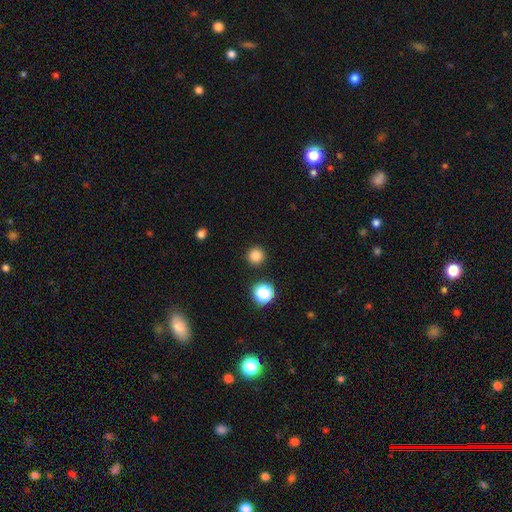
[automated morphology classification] smooth-or-featured: smooth: 83% | star or artifact: 13% | featured or disk: 4%
  how-rounded: round: 96% | in between: 3% | cigar-shaped: 1%
  merging: none: 92% | minor disturbance: 5% | major disturbance: 2% | merger: 2%